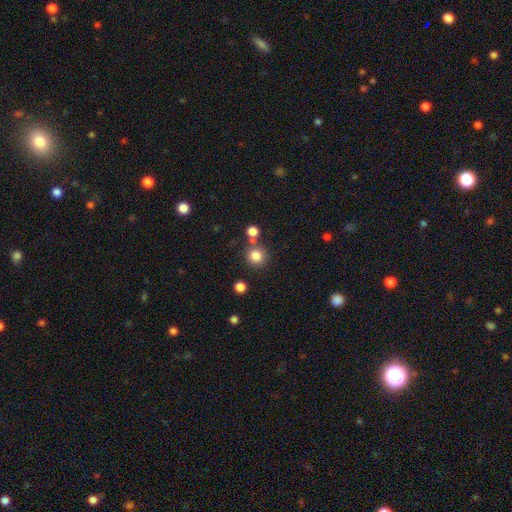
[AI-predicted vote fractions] This is clearly a smooth galaxy (82%). How rounded: clearly round (91%). Merging: likely none (72%).